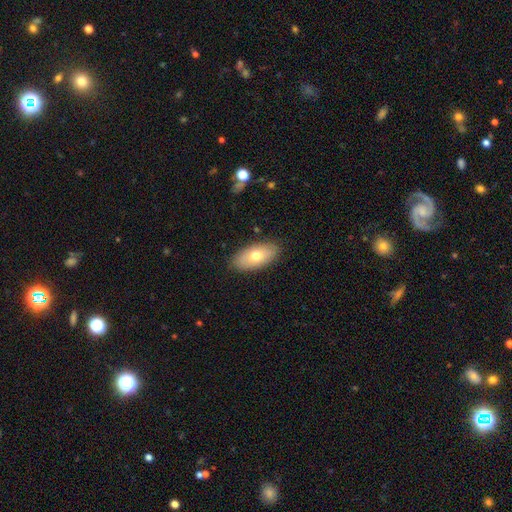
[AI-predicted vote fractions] This appears to be a smooth galaxy with no disk features (69%) that is in between round and cigar-shaped (92%). Merging: none (86%).